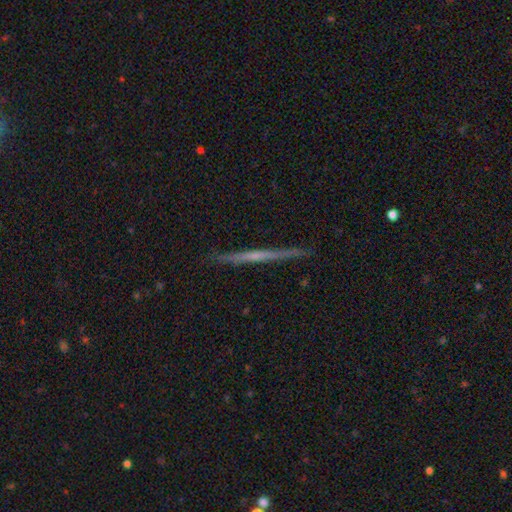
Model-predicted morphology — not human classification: smooth_or_featured: featured or disk (p=0.65) [alt: smooth p=0.29]
disk_edge_on: yes (p=0.98) [alt: no p=0.02]
edge_on_bulge: none (p=0.76) [alt: rounded p=0.18]
merging: none (p=0.90) [alt: minor disturbance p=0.07]